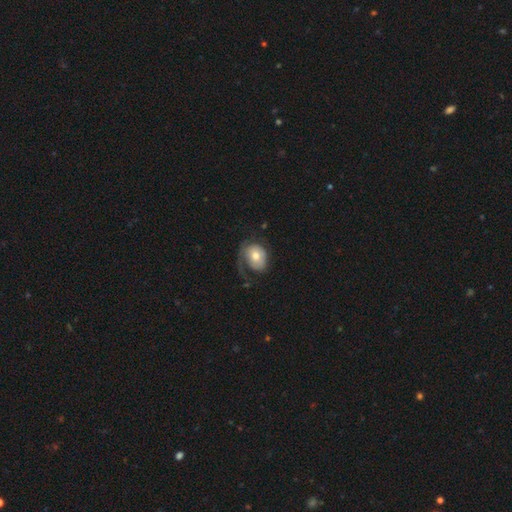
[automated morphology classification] This is possibly a smooth galaxy (51%). How rounded: possibly in between (55%). Merging: marginally none (38%).